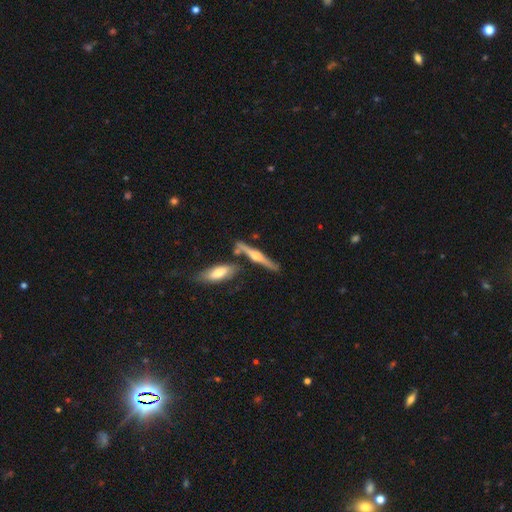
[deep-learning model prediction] Smooth or featured: featured or disk — 74% (smooth — 21%)
Edge-on disk: yes — 97% (no — 3%)
Edge-on bulge: rounded — 92% (boxy — 5%)
Merging: none — 75% (merger — 12%)